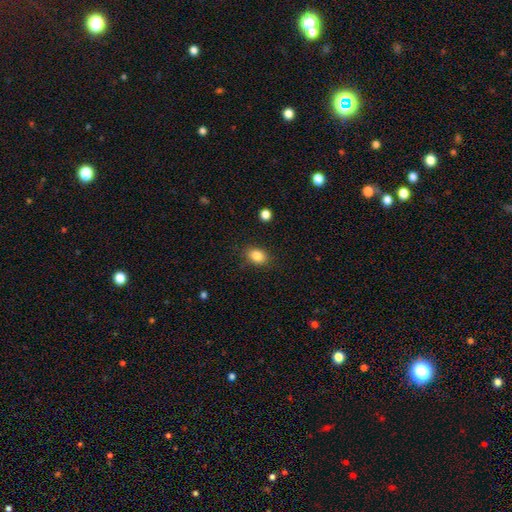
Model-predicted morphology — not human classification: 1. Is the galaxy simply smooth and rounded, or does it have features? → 85% smooth, 9% star or artifact, 6% featured or disk.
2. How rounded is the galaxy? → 75% in between, 24% round, 1% cigar-shaped.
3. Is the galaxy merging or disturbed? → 84% none, 12% minor disturbance, 3% major disturbance, 2% merger.